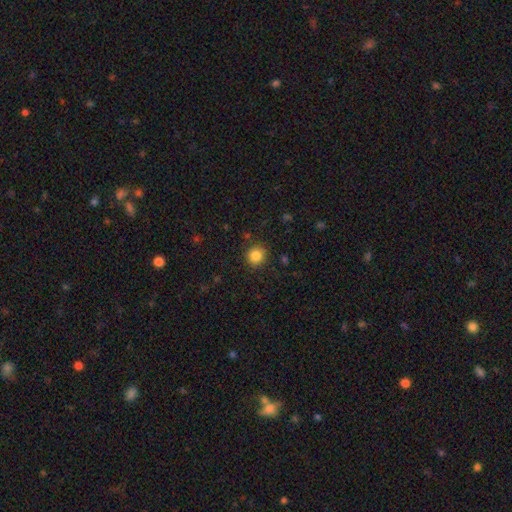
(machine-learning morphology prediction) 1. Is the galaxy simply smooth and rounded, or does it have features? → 85% smooth, 11% star or artifact, 4% featured or disk.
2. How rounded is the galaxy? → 89% round, 10% in between, 1% cigar-shaped.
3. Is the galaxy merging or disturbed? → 89% none, 7% minor disturbance, 3% major disturbance, 1% merger.